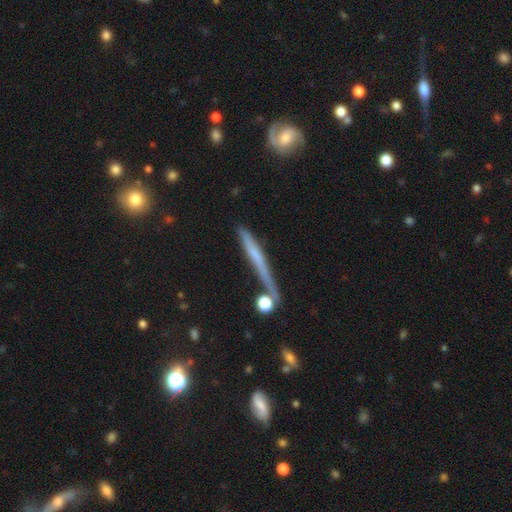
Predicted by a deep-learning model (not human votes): This appears to be a smooth galaxy with no disk features (46%). Merging: none (63%).